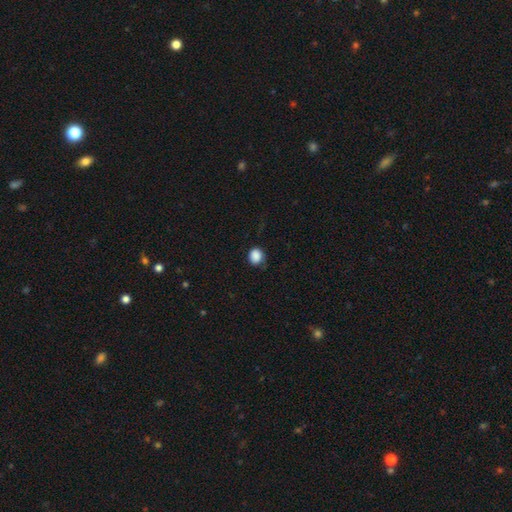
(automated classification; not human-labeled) Overall: smooth (87%). How rounded: round (71%). Merging: none (72%).